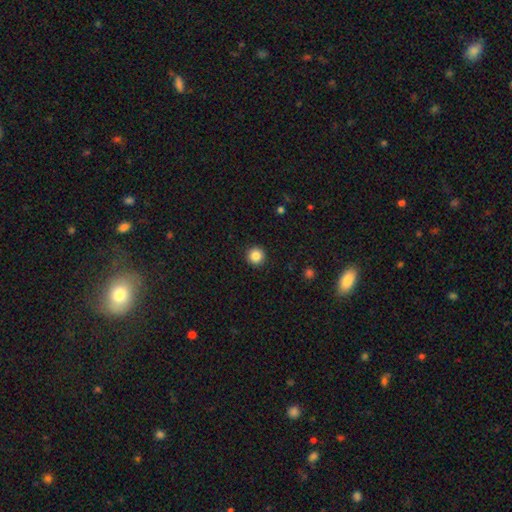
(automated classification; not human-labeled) Smooth or featured?
  - smooth: 86% *
  - star or artifact: 10%
  - featured or disk: 4%
How rounded?
  - round: 96% *
  - in between: 3%
  - cigar-shaped: 1%
Merging?
  - none: 93% *
  - minor disturbance: 4%
  - major disturbance: 2%
  - merger: 1%